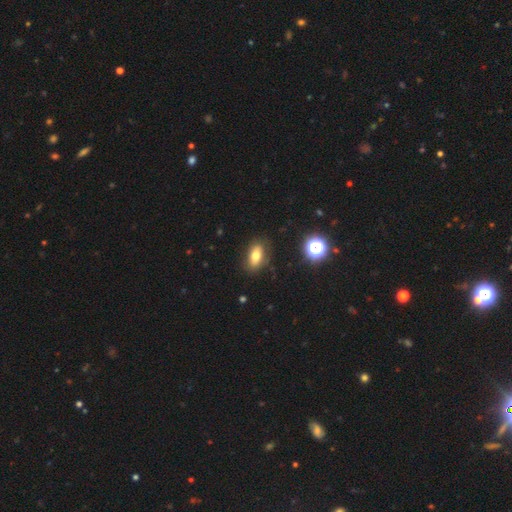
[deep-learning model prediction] Overall: smooth (74%). How rounded: in between (85%). Merging: none (84%).